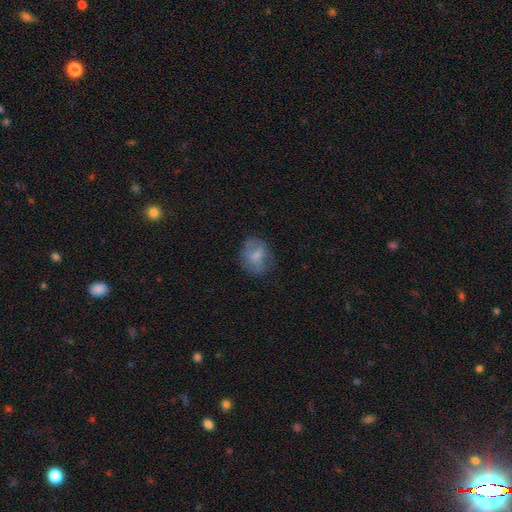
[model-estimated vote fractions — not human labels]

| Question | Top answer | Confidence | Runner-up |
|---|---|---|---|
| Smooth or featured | smooth | 64% | featured or disk (27%) |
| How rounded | in between | 56% | round (42%) |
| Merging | none | 60% | minor disturbance (24%) |